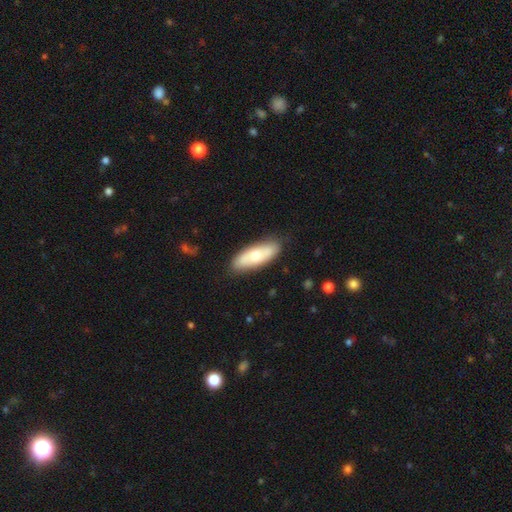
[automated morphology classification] smooth_or_featured: smooth (p=0.60) [alt: featured or disk p=0.35]
how_rounded: in between (p=0.71) [alt: cigar-shaped p=0.27]
merging: none (p=0.85) [alt: minor disturbance p=0.12]